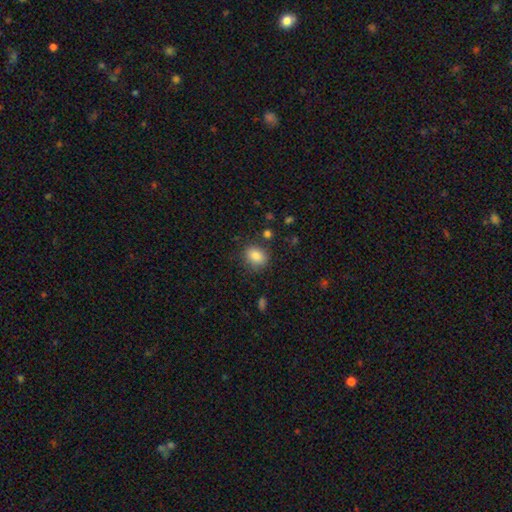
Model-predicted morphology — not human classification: This appears to be a smooth galaxy with no disk features (85%) that is in between round and cigar-shaped (54%). Merging: none (79%).